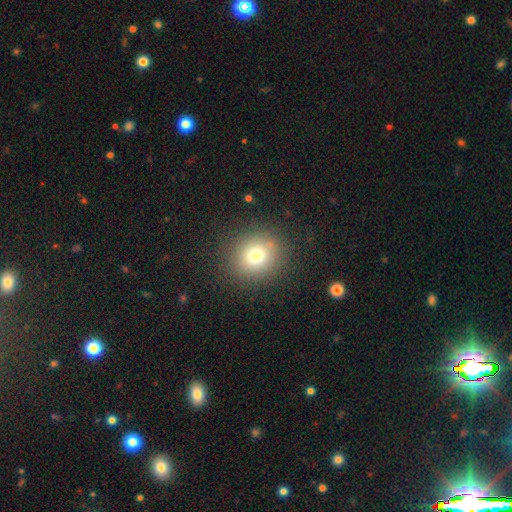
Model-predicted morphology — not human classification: This is likely a smooth galaxy (76%). How rounded: clearly round (86%). Merging: clearly none (87%).